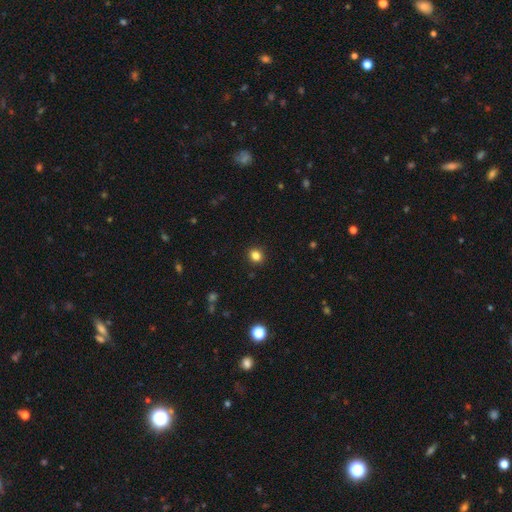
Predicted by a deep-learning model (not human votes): A smooth galaxy with no disk features (84%) that is round (73%). Merging: none (91%).